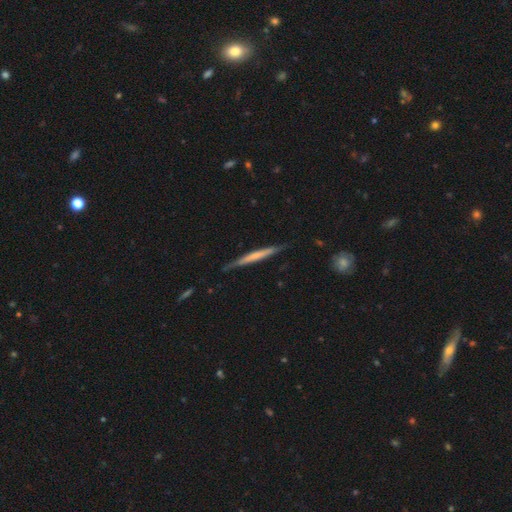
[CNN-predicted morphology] This is possibly a featured or disk galaxy (53%). It is clearly viewed edge-on (96%). Edge-on bulge: likely none (72%). Merging: clearly none (83%).